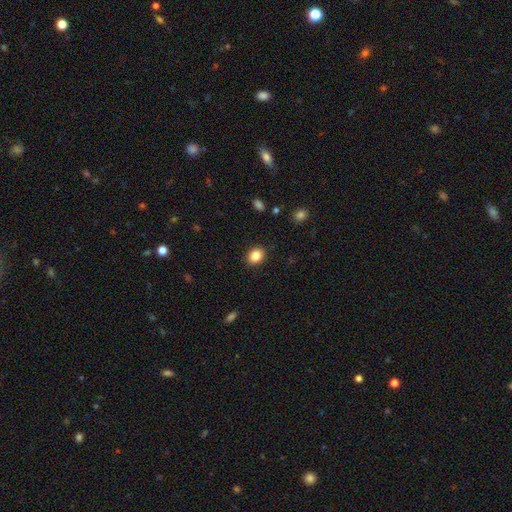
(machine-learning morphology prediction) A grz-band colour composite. It shows a smooth galaxy with no disk features (85%) that is round (54%). Merging: none (89%).